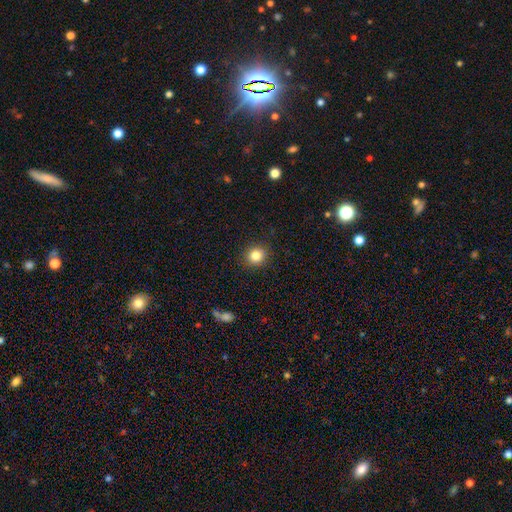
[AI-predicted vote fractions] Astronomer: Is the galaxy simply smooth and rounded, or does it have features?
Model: smooth — 83%.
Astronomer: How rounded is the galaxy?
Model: round — 87%.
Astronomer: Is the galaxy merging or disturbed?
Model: none — 91%.